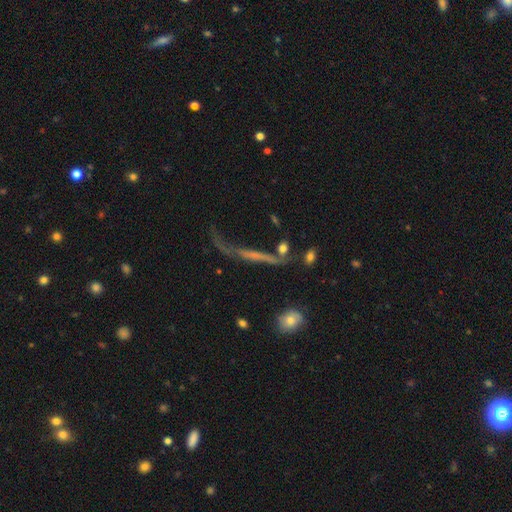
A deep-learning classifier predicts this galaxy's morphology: smooth-or-featured: featured or disk: 57% | smooth: 28% | star or artifact: 15%
  disk-edge-on: yes: 54% | no: 46%
  merging: major disturbance: 39% | none: 31% | minor disturbance: 17% | merger: 12%